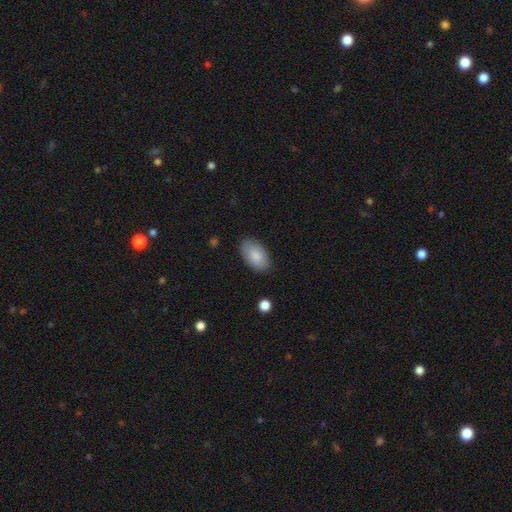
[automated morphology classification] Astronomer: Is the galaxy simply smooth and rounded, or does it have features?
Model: smooth — 85%.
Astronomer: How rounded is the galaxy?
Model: in between — 94%.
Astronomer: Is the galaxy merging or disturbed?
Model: none — 84%.